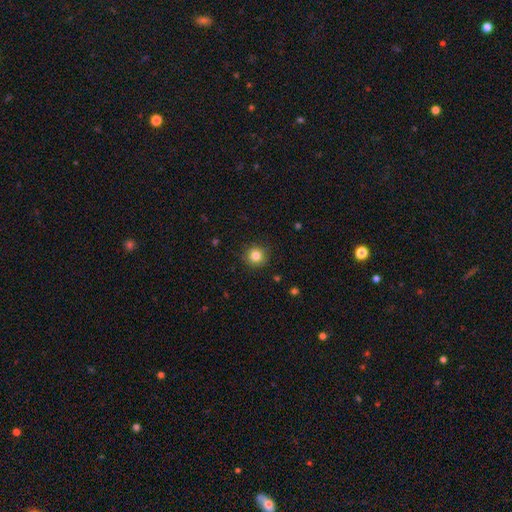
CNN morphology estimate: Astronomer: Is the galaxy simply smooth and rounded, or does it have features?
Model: smooth — 83%.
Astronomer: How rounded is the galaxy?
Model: round — 94%.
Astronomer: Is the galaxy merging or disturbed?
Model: none — 91%.